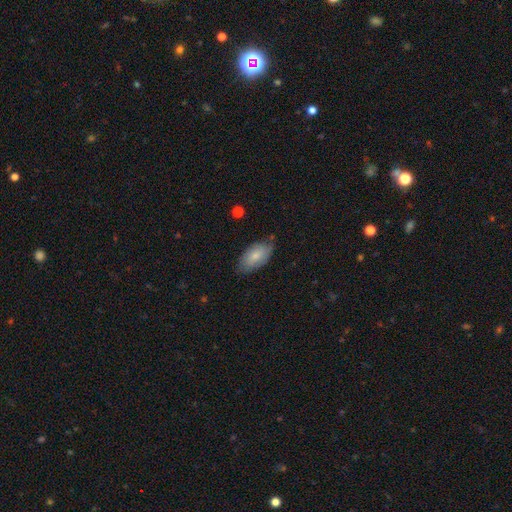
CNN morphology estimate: A smooth galaxy with no disk features (71%) that is in between round and cigar-shaped (93%). Merging: none (71%).